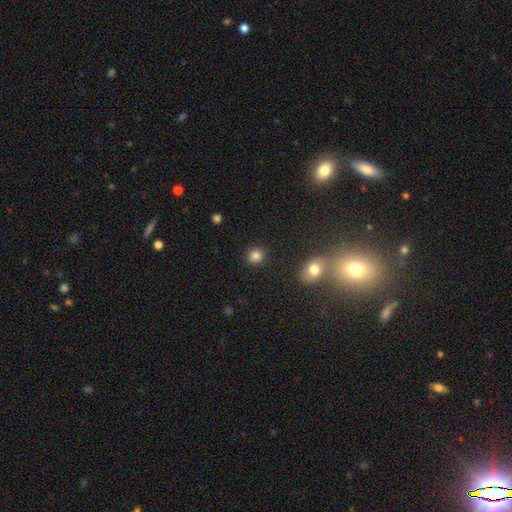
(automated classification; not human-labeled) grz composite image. It shows a smooth galaxy with no disk features (84%) that is round (82%). Merging: none (88%).